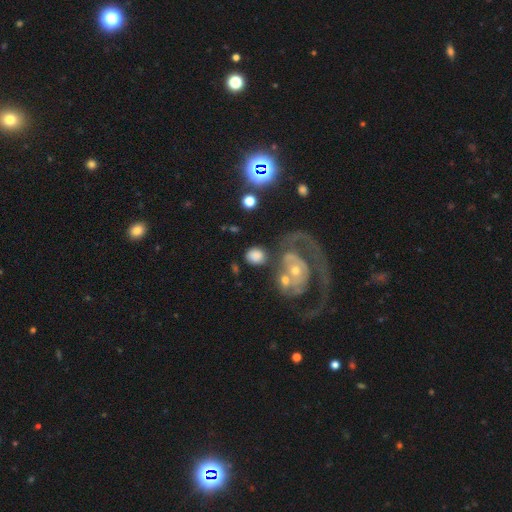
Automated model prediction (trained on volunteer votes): smooth_or_featured: smooth (p=0.69) [alt: featured or disk p=0.23]
how_rounded: round (p=0.70) [alt: in between p=0.28]
merging: none (p=0.53) [alt: merger p=0.20]